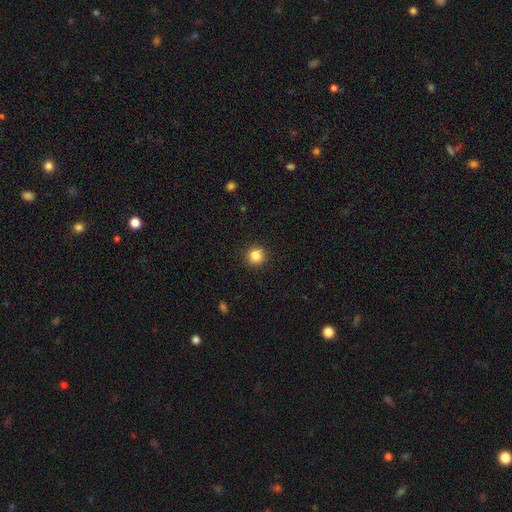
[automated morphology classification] Q: Smooth or featured?
A: smooth (85%); runner-up: star or artifact (11%)
Q: How rounded?
A: round (95%); runner-up: in between (4%)
Q: Merging?
A: none (92%); runner-up: minor disturbance (5%)